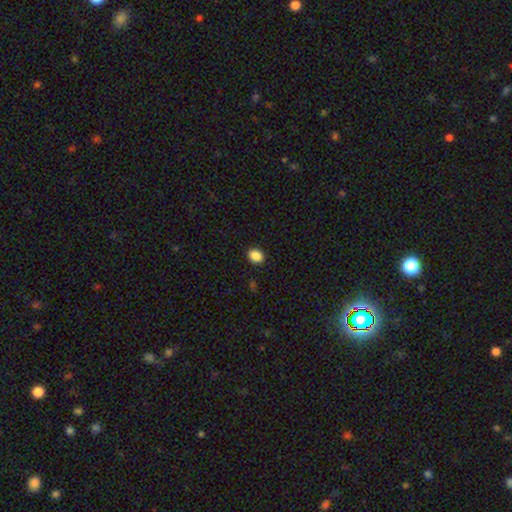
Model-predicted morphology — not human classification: Smooth or featured: smooth — 88% (star or artifact — 9%)
How rounded: in between — 53% (round — 46%)
Merging: none — 91% (minor disturbance — 6%)